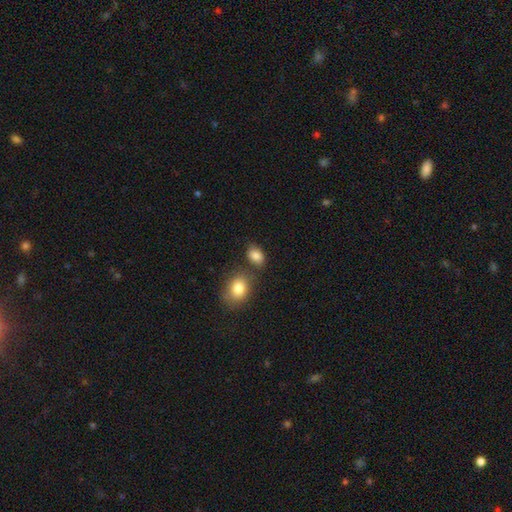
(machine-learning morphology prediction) A smooth galaxy with no disk features (85%) that is in between round and cigar-shaped (78%). Merging: none (64%).